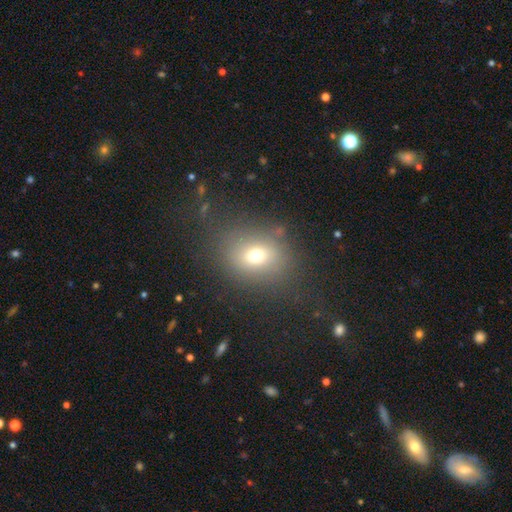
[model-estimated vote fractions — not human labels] smooth 67%, star or artifact 17%, featured or disk 16%. Down the decision tree: how rounded — round (57%); merging — none (75%).